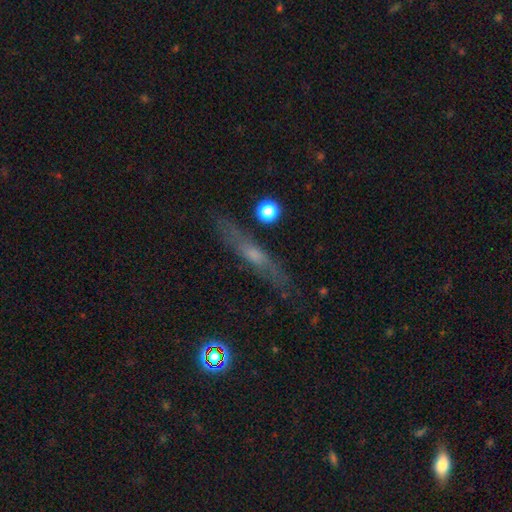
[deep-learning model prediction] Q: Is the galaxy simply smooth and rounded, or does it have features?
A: featured or disk — 52%.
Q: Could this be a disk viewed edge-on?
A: yes — 79%.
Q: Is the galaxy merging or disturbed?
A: none — 80%.